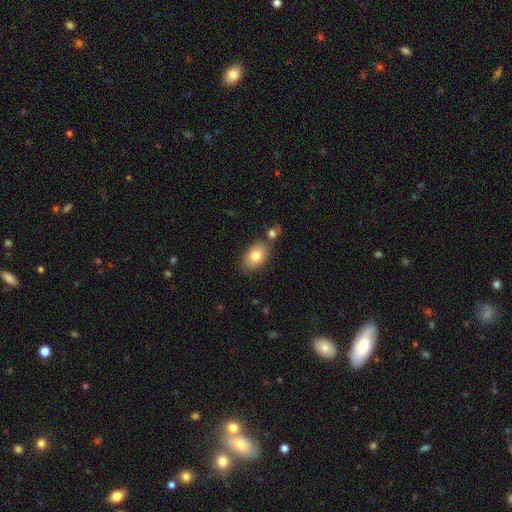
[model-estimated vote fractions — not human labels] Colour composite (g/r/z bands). It shows a smooth galaxy with no disk features (79%) that is in between round and cigar-shaped (85%). Merging: none (73%).